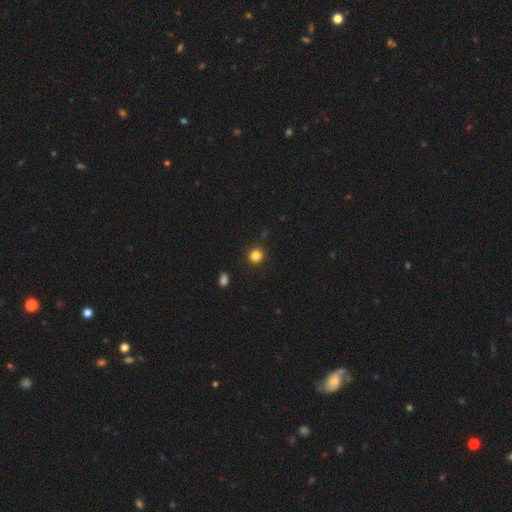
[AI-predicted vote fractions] This is clearly a smooth galaxy (84%). How rounded: clearly round (89%). Merging: clearly none (90%).